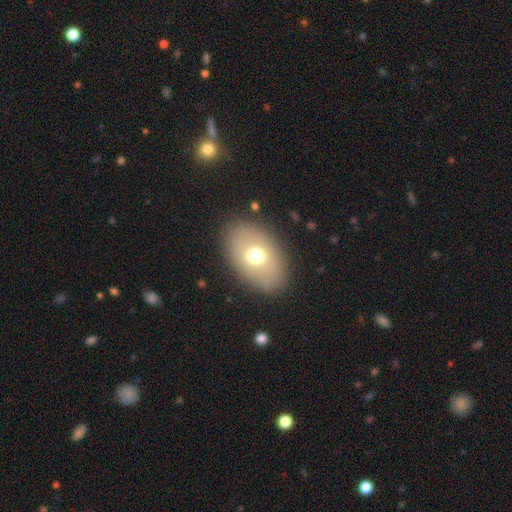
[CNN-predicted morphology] A smooth galaxy with no disk features (66%) that is in between round and cigar-shaped (82%). Merging: none (86%).